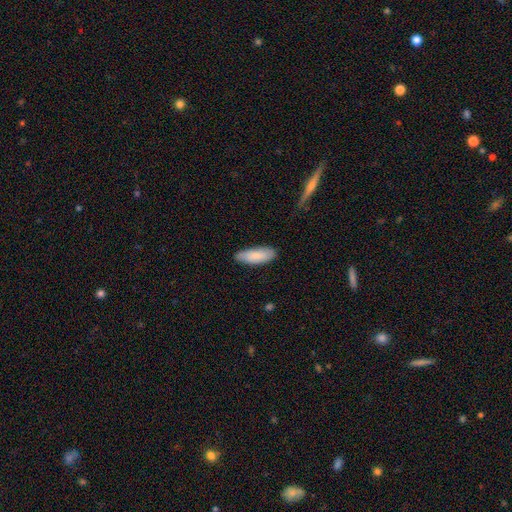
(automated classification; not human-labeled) smooth 85%, featured or disk 10%, star or artifact 6%. Down the decision tree: how rounded — in between (61%); merging — none (82%).